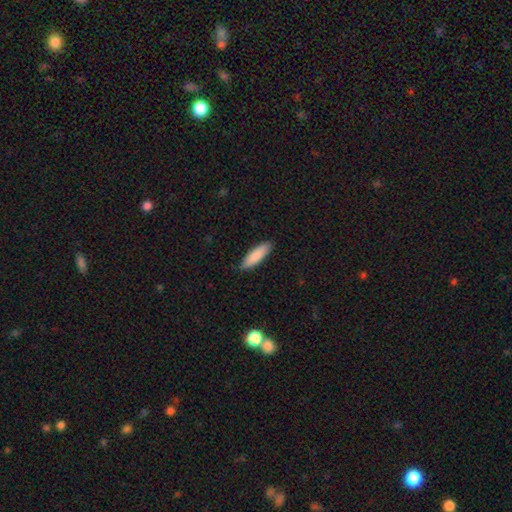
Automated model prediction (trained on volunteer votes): This appears to be a smooth galaxy with no disk features (87%) that is cigar-shaped (53%). Merging: none (86%).